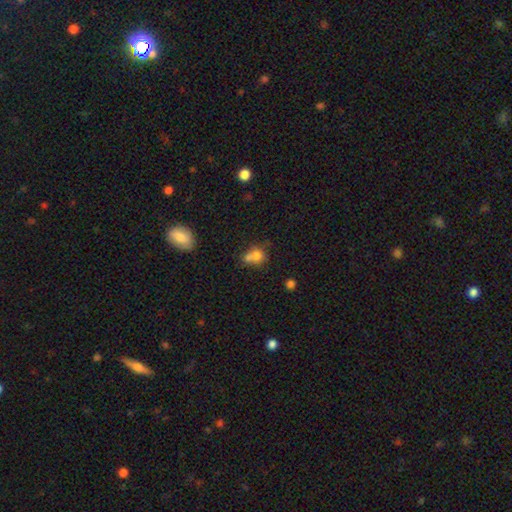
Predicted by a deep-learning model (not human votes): This appears to be a smooth galaxy with no disk features (74%) that is round (71%). Merging: merger (53%).